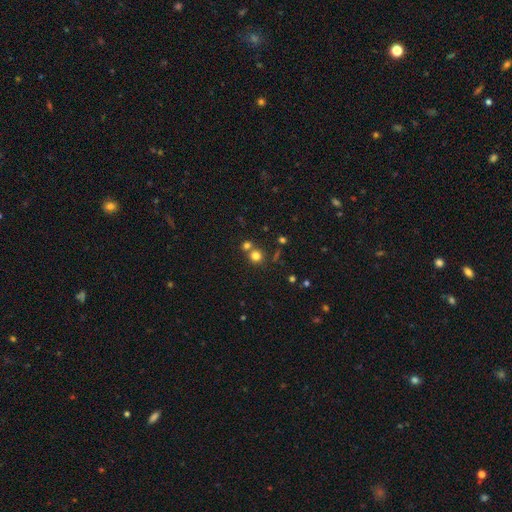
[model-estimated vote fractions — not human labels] A smooth galaxy with no disk features (76%) that is round (90%).

Vote fractions:
- Smooth or featured? smooth: 76% / star or artifact: 17% / featured or disk: 7%
- How rounded? round: 90% / in between: 9% / cigar-shaped: 1%
- Merging? none: 62% / merger: 29% / minor disturbance: 6% / major disturbance: 3%